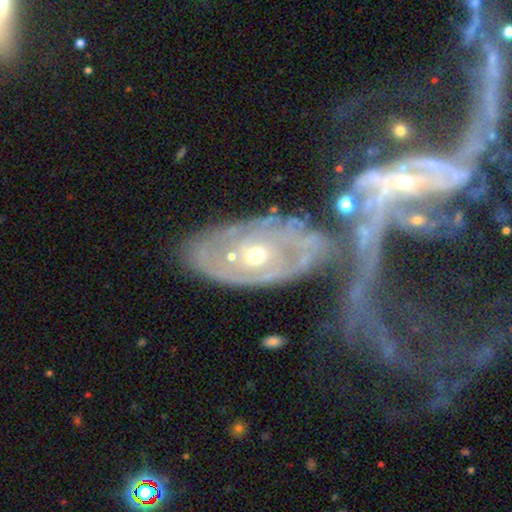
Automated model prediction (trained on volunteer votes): This is clearly a featured or disk galaxy (80%). It is clearly not viewed edge-on (94%). Bar: likely no (75%). Spiral arm pattern: likely yes (76%). Spiral arm count: marginally can't tell (38%). Spiral winding: possibly tight (59%). Central bulge: possibly moderate (57%). Merging: marginally none (39%).